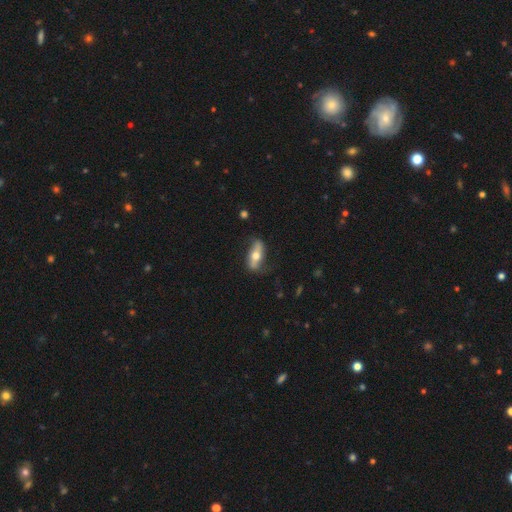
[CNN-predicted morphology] smooth-or-featured: featured or disk: 47% (tied) | smooth: 47% (tied) | star or artifact: 6%
  merging: none: 73% | minor disturbance: 20% | major disturbance: 6% | merger: 2%